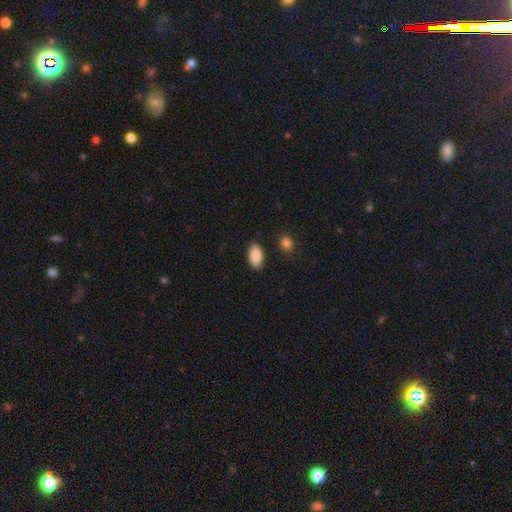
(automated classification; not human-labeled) Morphology: type=smooth (89%); roundness=in between (93%); merging=none (86%).